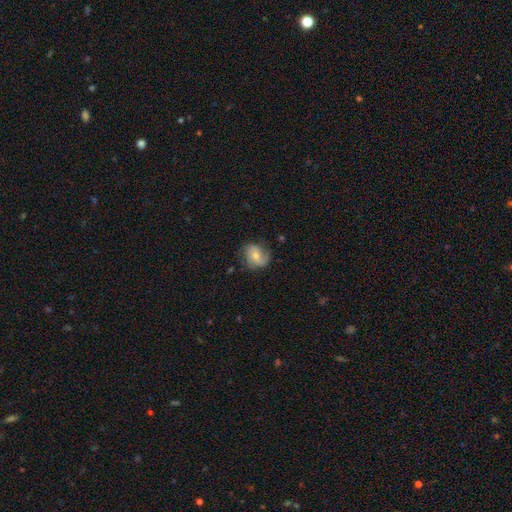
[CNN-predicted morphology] The model was most divided on "smooth or featured": featured or disk: 51%, smooth: 41%, star or artifact: 8%. More confident: edge-on disk — no (97%); merging — none (65%).